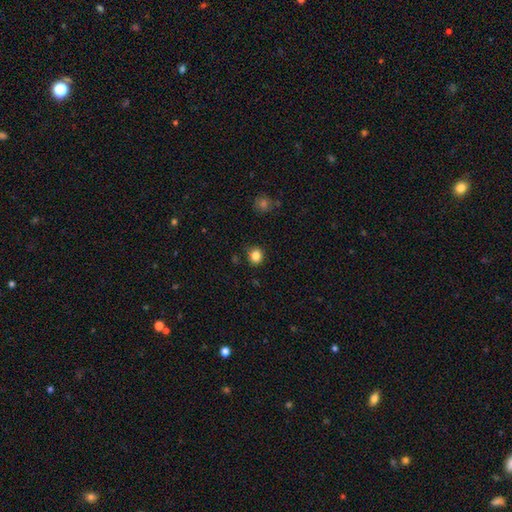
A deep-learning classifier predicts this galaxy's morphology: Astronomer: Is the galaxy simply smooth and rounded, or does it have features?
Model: smooth — 84%.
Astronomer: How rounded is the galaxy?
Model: round — 85%.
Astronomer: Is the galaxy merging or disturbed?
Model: none — 87%.